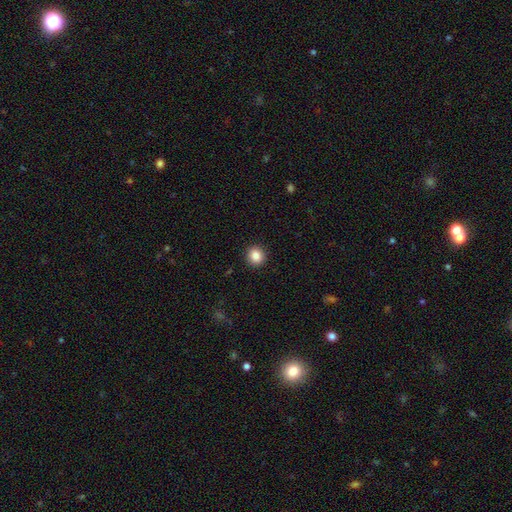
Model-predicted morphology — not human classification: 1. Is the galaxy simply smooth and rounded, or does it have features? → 87% smooth, 9% star or artifact, 4% featured or disk.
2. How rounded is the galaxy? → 85% round, 14% in between, 1% cigar-shaped.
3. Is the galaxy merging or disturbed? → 92% none, 5% minor disturbance, 2% major disturbance, 1% merger.